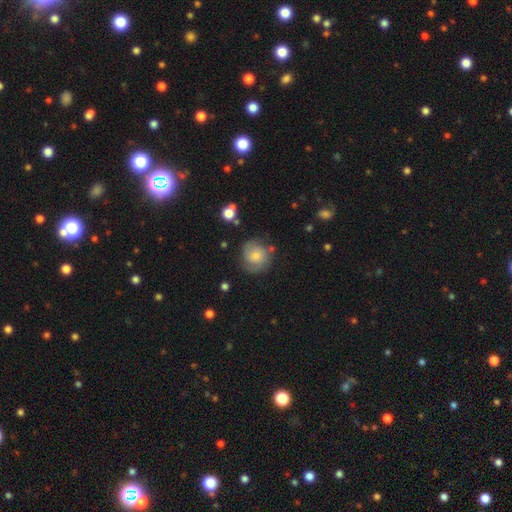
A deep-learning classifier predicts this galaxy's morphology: A smooth galaxy with no disk features (46%, tied with featured or disk). Merging: none (66%).